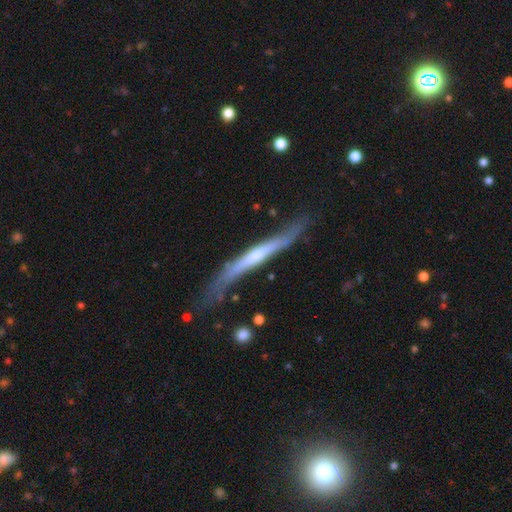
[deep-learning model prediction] Morphology: type=featured or disk (66%); edge-on=yes (91%); edge-on bulge=rounded (47%); merging=none (62%).